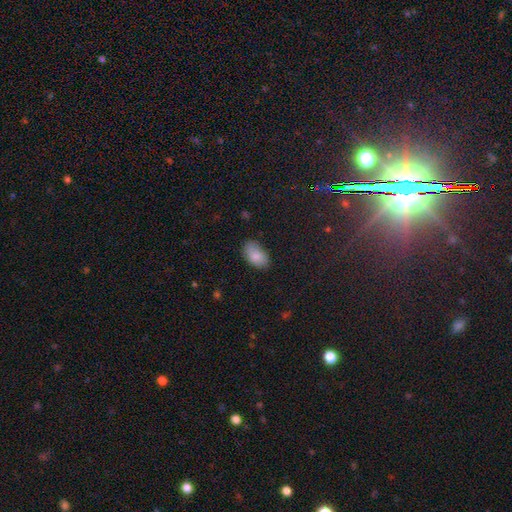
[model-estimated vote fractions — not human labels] Smooth or featured? smooth (84%)
How rounded? in between (93%)
Merging? none (72%)